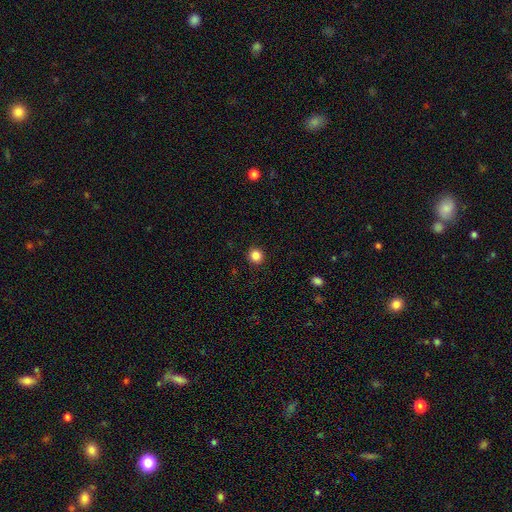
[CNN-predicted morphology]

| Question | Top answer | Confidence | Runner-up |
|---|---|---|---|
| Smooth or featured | smooth | 85% | star or artifact (11%) |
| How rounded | round | 93% | in between (7%) |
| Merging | none | 92% | minor disturbance (5%) |